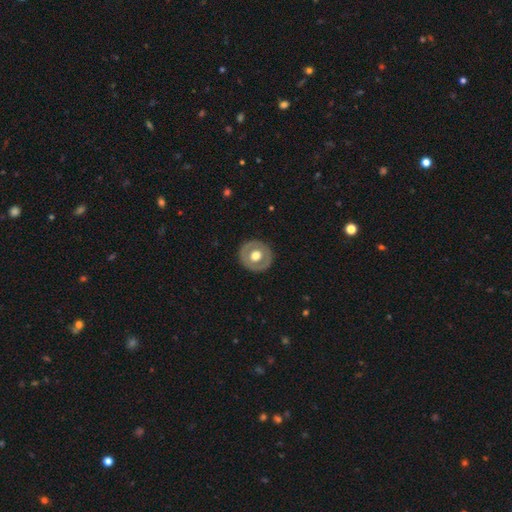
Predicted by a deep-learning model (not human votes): The model was most divided on "smooth or featured": smooth: 49%, featured or disk: 46%, star or artifact: 6%. More confident: merging — none (88%).